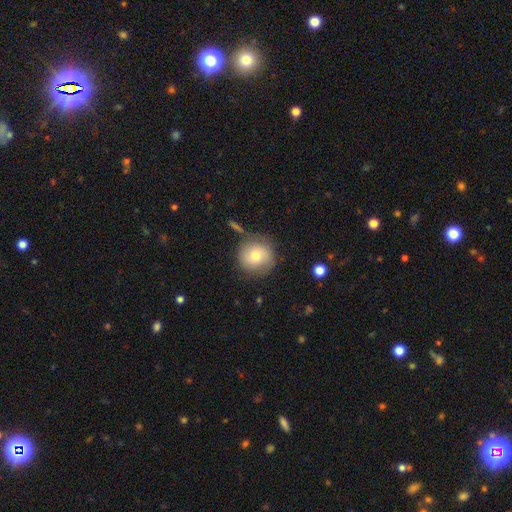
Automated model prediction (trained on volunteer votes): A smooth galaxy with no disk features (68%) that is round (92%).

Vote fractions:
- Smooth or featured? smooth: 68% / featured or disk: 23% / star or artifact: 9%
- How rounded? round: 92% / in between: 7% / cigar-shaped: 1%
- Merging? none: 73% / minor disturbance: 16% / major disturbance: 6% / merger: 5%